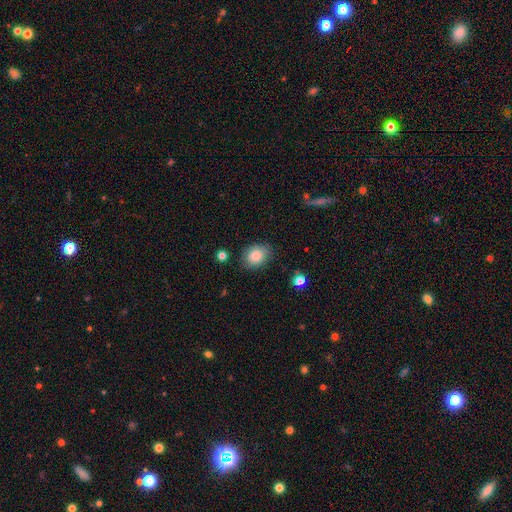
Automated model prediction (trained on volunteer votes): smooth-or-featured: smooth: 84% | featured or disk: 8% | star or artifact: 8%
  how-rounded: in between: 65% | round: 34% | cigar-shaped: 1%
  merging: none: 80% | minor disturbance: 15% | major disturbance: 3% | merger: 2%